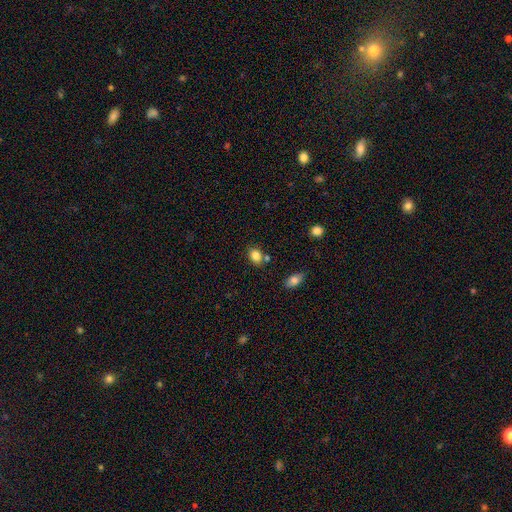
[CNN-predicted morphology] Smooth or featured? smooth (83%)
How rounded? in between (61%)
Merging? none (72%)